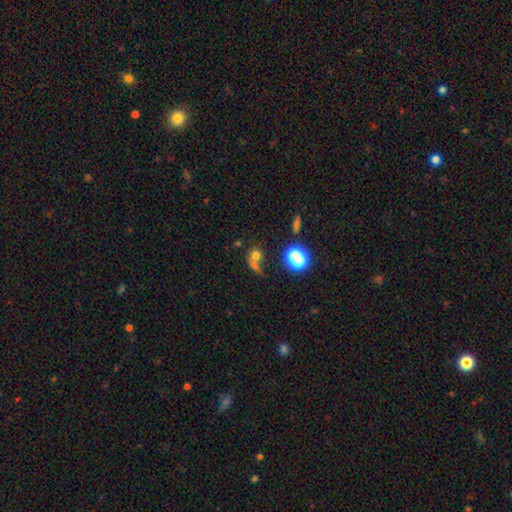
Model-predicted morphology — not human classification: type=smooth (65%); roundness=round (77%); merging=merger (42%).